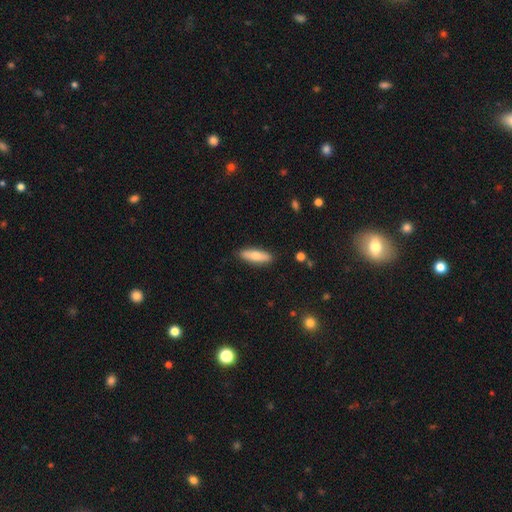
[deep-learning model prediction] smooth_or_featured: smooth (p=0.71) [alt: featured or disk p=0.23]
how_rounded: cigar-shaped (p=0.53) [alt: in between p=0.45]
merging: none (p=0.87) [alt: minor disturbance p=0.09]